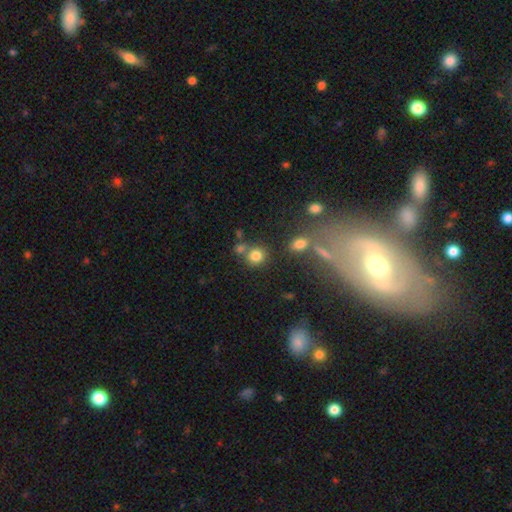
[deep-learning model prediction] This appears to be a smooth galaxy with no disk features (79%) that is round (84%). Merging: none (64%).